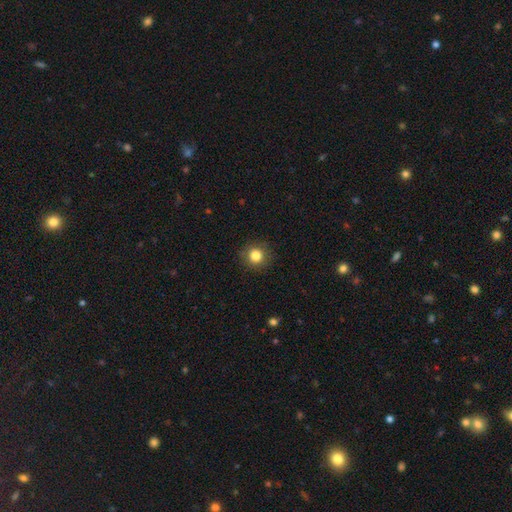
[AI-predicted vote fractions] smooth-or-featured: smooth: 83% | star or artifact: 11% | featured or disk: 6%
  how-rounded: round: 92% | in between: 7% | cigar-shaped: 1%
  merging: none: 89% | minor disturbance: 8% | major disturbance: 2% | merger: 1%